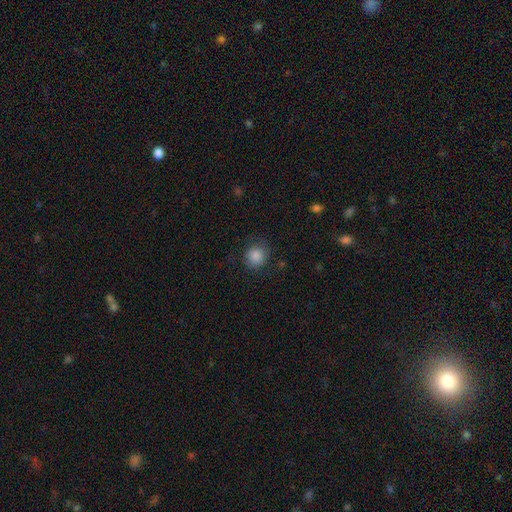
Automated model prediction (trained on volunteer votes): Morphology: type=smooth (87%); roundness=round (88%); merging=none (80%).